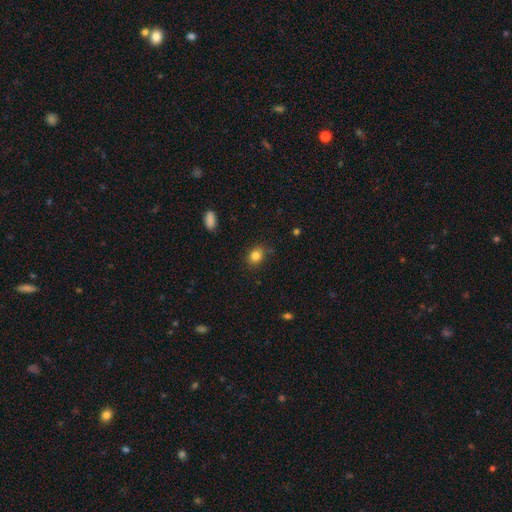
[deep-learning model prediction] smooth-or-featured: smooth: 84% | star or artifact: 11% | featured or disk: 6%
  how-rounded: in between: 50% | round: 49% | cigar-shaped: 1%
  merging: none: 82% | minor disturbance: 13% | major disturbance: 3% | merger: 2%